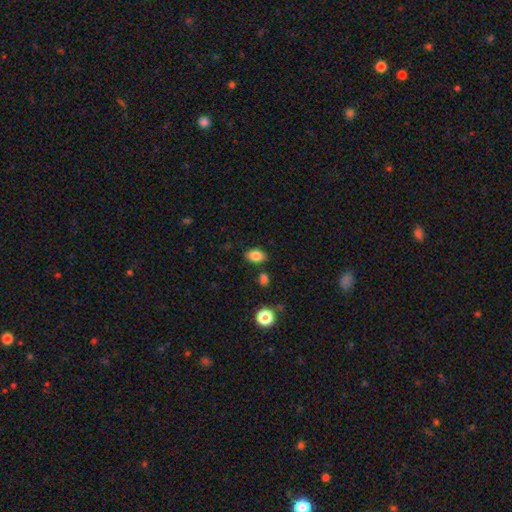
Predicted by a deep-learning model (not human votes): Smooth or featured: smooth — 84% (star or artifact — 10%)
How rounded: in between — 82% (round — 17%)
Merging: none — 81% (minor disturbance — 12%)